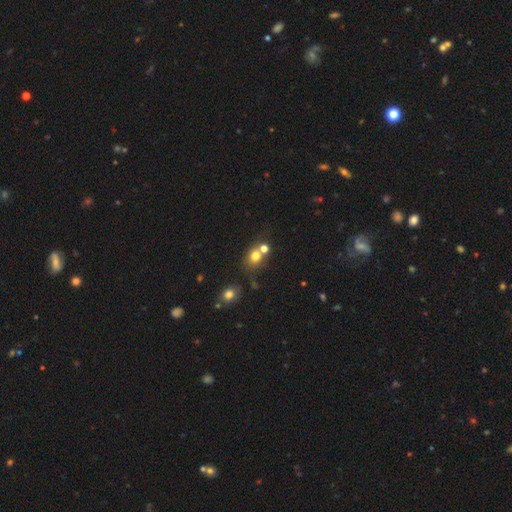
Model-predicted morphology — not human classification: type=smooth (73%); roundness=round (72%); merging=none (48%).